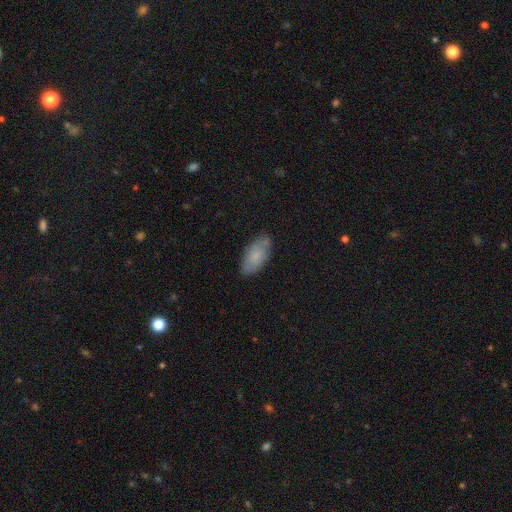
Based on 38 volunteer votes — smooth_or_featured: smooth (p=0.84) [alt: featured or disk p=0.13]
how_rounded: in between (p=0.81) [alt: cigar-shaped p=0.19]
merging: none (p=0.81) [alt: minor disturbance p=0.16]